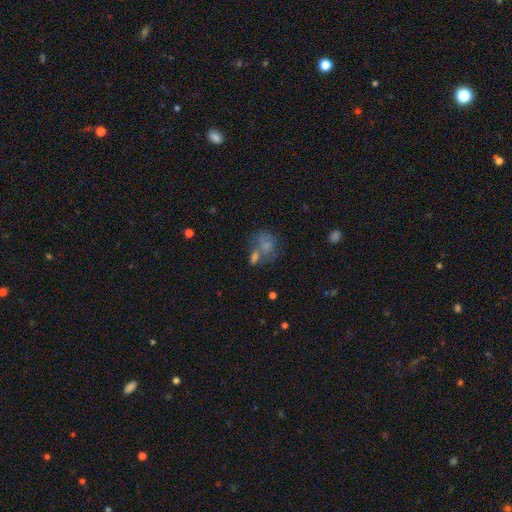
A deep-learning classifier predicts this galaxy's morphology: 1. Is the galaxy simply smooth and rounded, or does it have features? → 53% smooth, 26% featured or disk, 21% star or artifact.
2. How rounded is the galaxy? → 51% round, 47% in between, 2% cigar-shaped.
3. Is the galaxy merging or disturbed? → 39% merger, 35% none, 14% minor disturbance, 12% major disturbance.